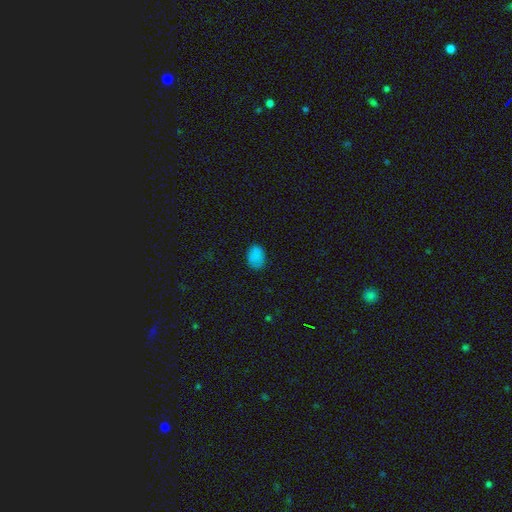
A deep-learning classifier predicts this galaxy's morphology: Smooth or featured?
  - smooth: 83% *
  - star or artifact: 13%
  - featured or disk: 4%
How rounded?
  - in between: 81% *
  - round: 18%
  - cigar-shaped: 1%
Merging?
  - none: 80% *
  - minor disturbance: 15%
  - major disturbance: 4%
  - merger: 1%